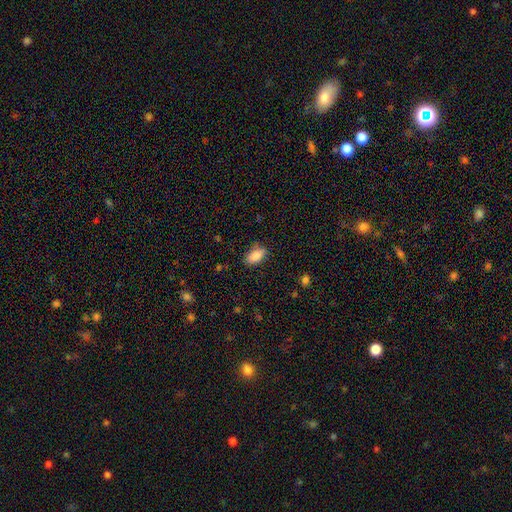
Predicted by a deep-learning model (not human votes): A smooth galaxy with no disk features (86%) that is in between round and cigar-shaped (89%).

Vote fractions:
- Smooth or featured? smooth: 86% / star or artifact: 7% / featured or disk: 7%
- How rounded? in between: 89% / cigar-shaped: 7% / round: 4%
- Merging? none: 79% / minor disturbance: 16% / major disturbance: 3% / merger: 2%